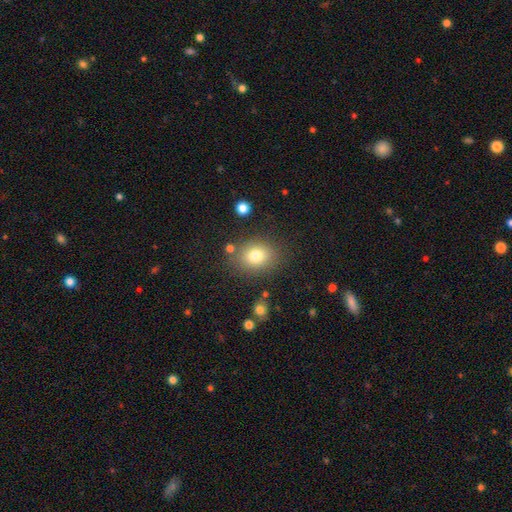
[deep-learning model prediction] Smooth or featured: smooth — 78% (star or artifact — 12%)
How rounded: round — 52% (in between — 47%)
Merging: none — 80% (minor disturbance — 11%)